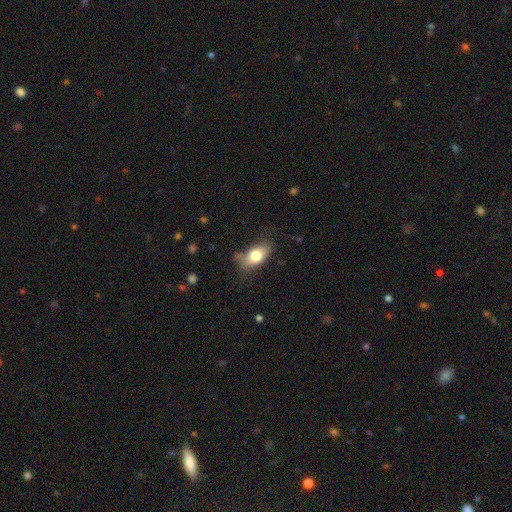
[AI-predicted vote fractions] A smooth galaxy with no disk features (77%) that is in between round and cigar-shaped (88%). Merging: none (64%).